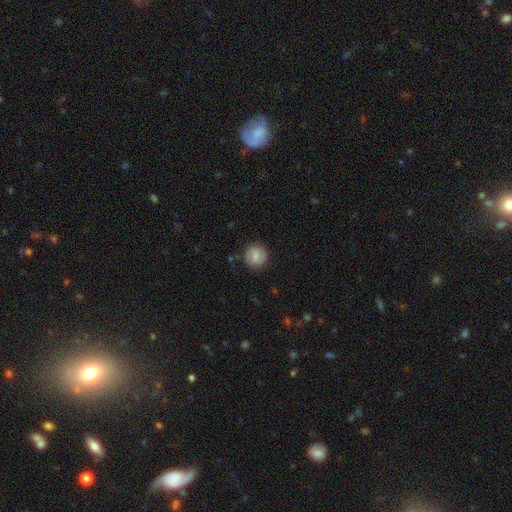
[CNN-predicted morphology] Q: Smooth or featured?
A: smooth (62%); runner-up: featured or disk (31%)
Q: How rounded?
A: round (87%); runner-up: in between (12%)
Q: Merging?
A: none (84%); runner-up: minor disturbance (11%)